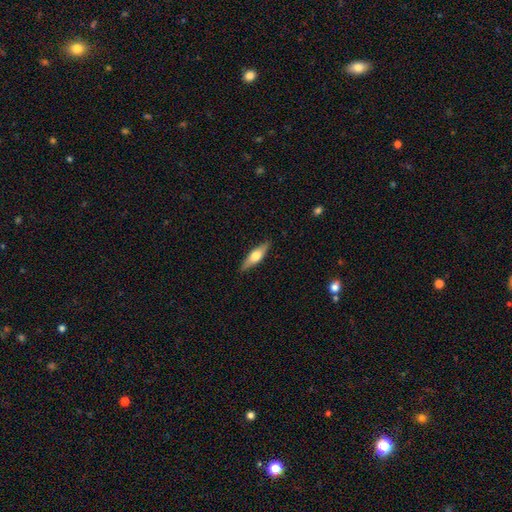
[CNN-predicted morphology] Smooth or featured?
  - featured or disk: 48% *
  - smooth: 47%
  - star or artifact: 6%
Merging?
  - none: 88% *
  - minor disturbance: 9%
  - major disturbance: 2%
  - merger: 1%